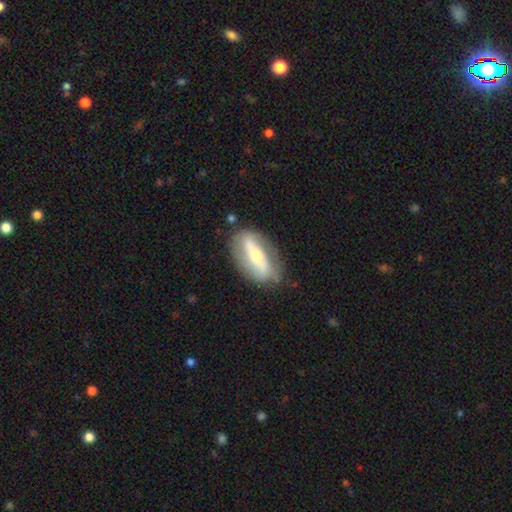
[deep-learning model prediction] A featured or disk galaxy (66%) with a strong bar (52%), spiral arms (57%) and a moderate central bulge (60%).

Vote fractions:
- Smooth or featured? featured or disk: 66% / smooth: 28% / star or artifact: 6%
- Edge-on disk? no: 83% / yes: 17%
- Bar? strong: 52% / no: 27% / weak: 21%
- Spiral arms? yes: 57% / no: 43%
- Bulge size? moderate: 60% / small: 31% / large: 6% / dominant: 1% / none: 1%
- Merging? none: 73% / minor disturbance: 17% / major disturbance: 7% / merger: 2%